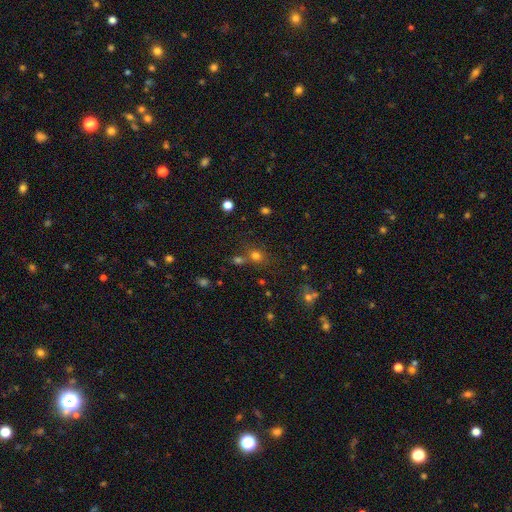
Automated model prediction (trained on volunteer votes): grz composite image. It shows a smooth galaxy with no disk features (70%) that is round (69%). Merging: none (57%).